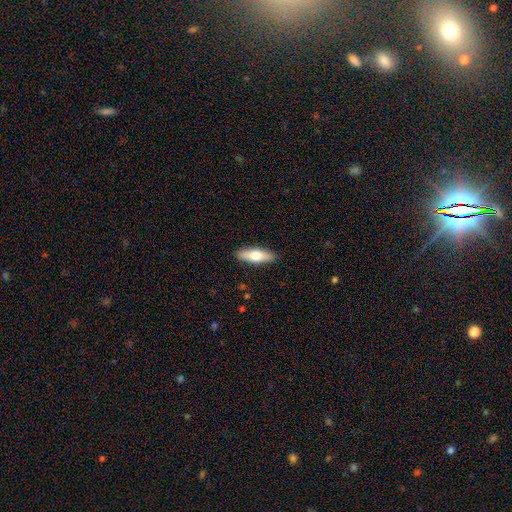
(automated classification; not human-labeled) Q: Smooth or featured?
A: smooth (70%); runner-up: featured or disk (24%)
Q: How rounded?
A: in between (54%); runner-up: cigar-shaped (44%)
Q: Merging?
A: none (89%); runner-up: minor disturbance (8%)